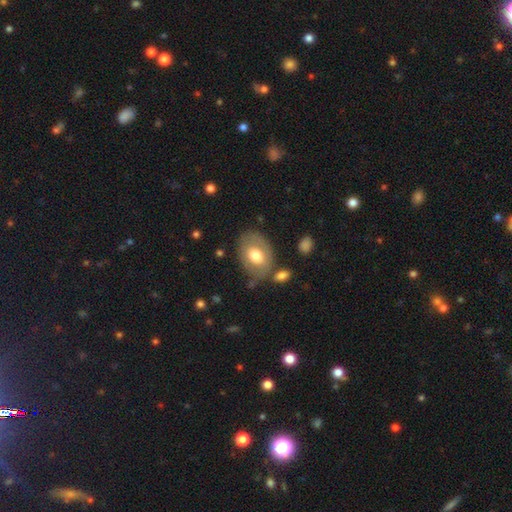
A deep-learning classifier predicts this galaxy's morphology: Q: Smooth or featured?
A: smooth (63%); runner-up: featured or disk (31%)
Q: How rounded?
A: in between (80%); runner-up: round (18%)
Q: Merging?
A: none (69%); runner-up: minor disturbance (18%)